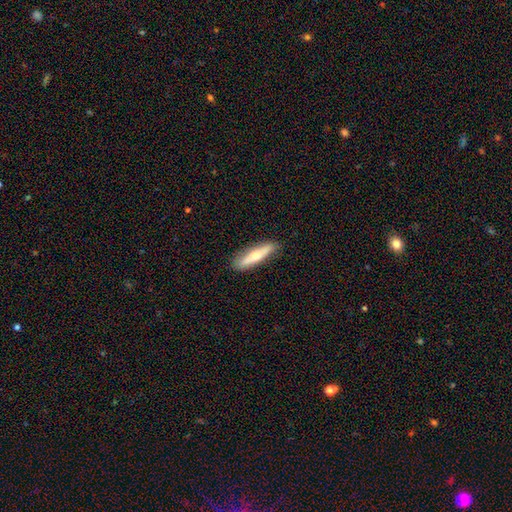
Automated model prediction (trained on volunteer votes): A smooth galaxy with no disk features (49%).

Vote fractions:
- Smooth or featured? smooth: 49% / featured or disk: 46% / star or artifact: 5%
- Merging? none: 86% / minor disturbance: 10% / major disturbance: 2% / merger: 1%